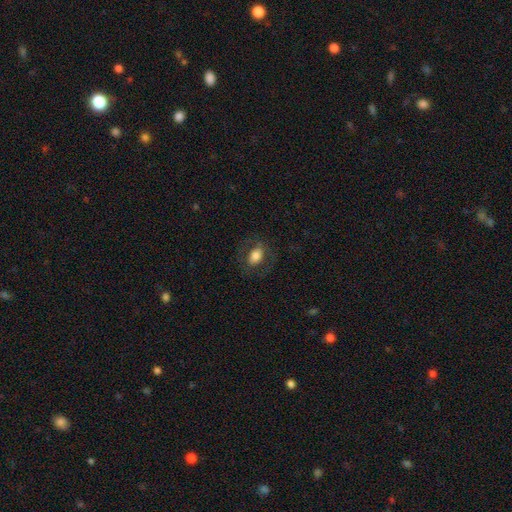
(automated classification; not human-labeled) Smooth or featured? Predicted: smooth (p=0.70). How rounded? Predicted: in between (p=0.80). Merging? Predicted: none (p=0.76).